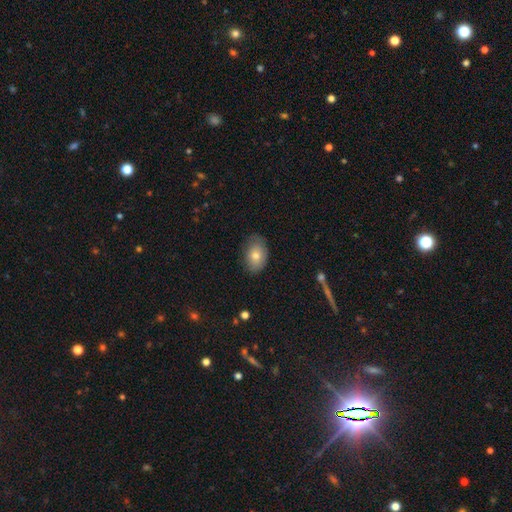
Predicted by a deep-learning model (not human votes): Overall: smooth (73%). How rounded: in between (87%). Merging: none (76%).